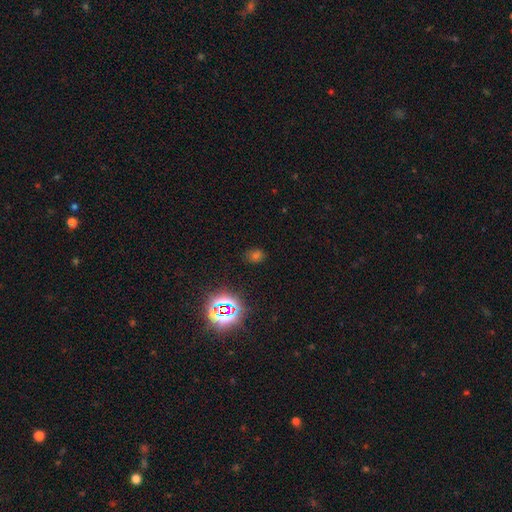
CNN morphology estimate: Smooth or featured?
  - star or artifact: 49% *
  - smooth: 43%
  - featured or disk: 8%